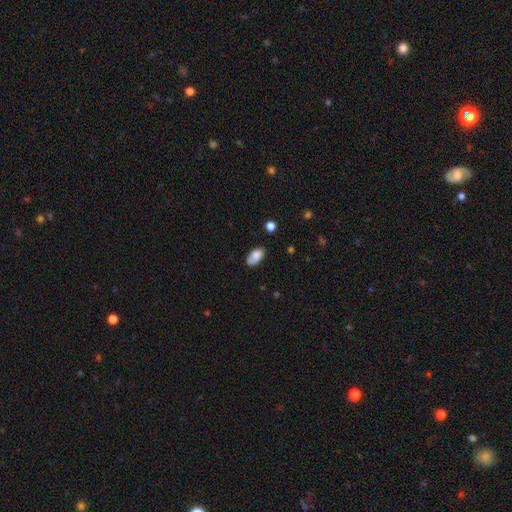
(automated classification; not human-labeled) Smooth or featured?
  - smooth: 82% *
  - featured or disk: 11%
  - star or artifact: 8%
How rounded?
  - in between: 93% *
  - round: 4%
  - cigar-shaped: 3%
Merging?
  - none: 72% *
  - minor disturbance: 21%
  - major disturbance: 4%
  - merger: 2%